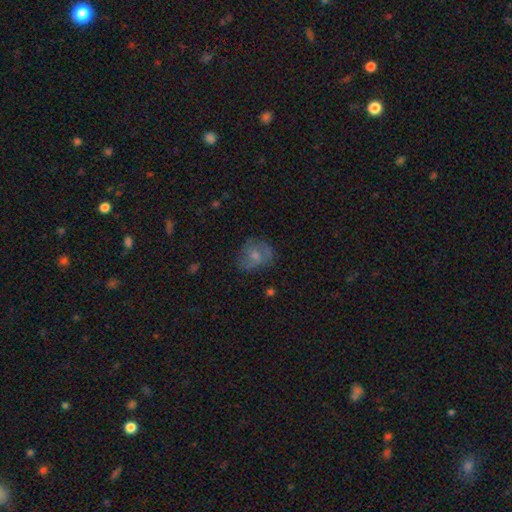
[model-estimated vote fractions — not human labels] Smooth or featured? Predicted: smooth (p=0.57). How rounded? Predicted: round (p=0.60). Merging? Predicted: none (p=0.60).